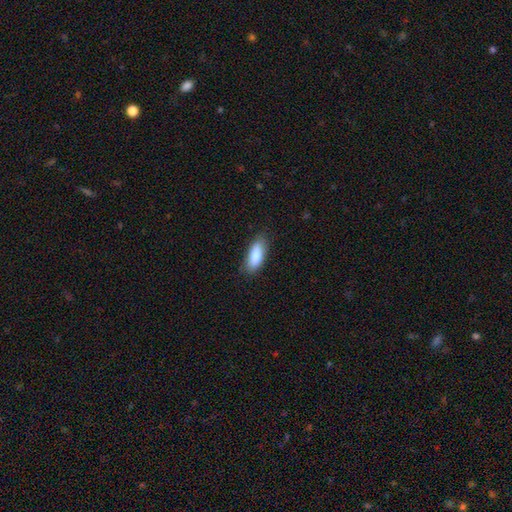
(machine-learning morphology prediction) This appears to be a smooth galaxy with no disk features (85%) that is in between round and cigar-shaped (73%). Merging: none (80%).